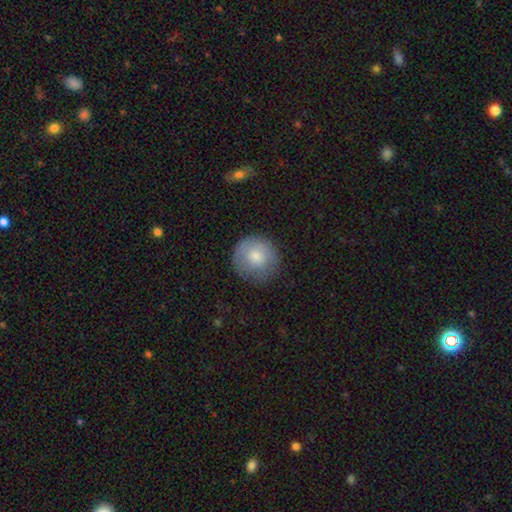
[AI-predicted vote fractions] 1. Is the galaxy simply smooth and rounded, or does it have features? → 76% smooth, 17% featured or disk, 7% star or artifact.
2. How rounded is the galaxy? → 91% round, 8% in between, 1% cigar-shaped.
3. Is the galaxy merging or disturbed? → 74% none, 18% minor disturbance, 6% major disturbance, 1% merger.